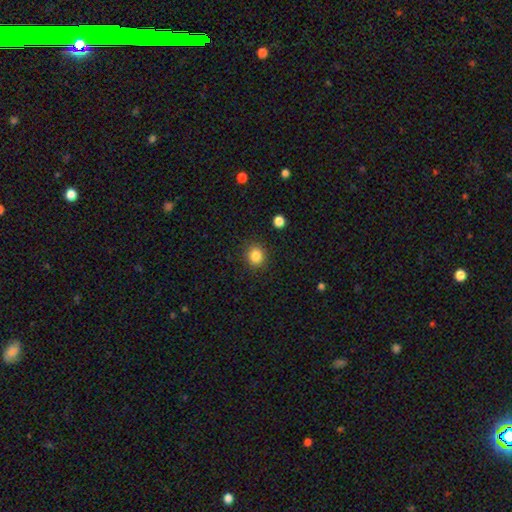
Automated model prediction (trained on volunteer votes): A smooth galaxy with no disk features (85%) that is round (81%). Merging: none (88%).